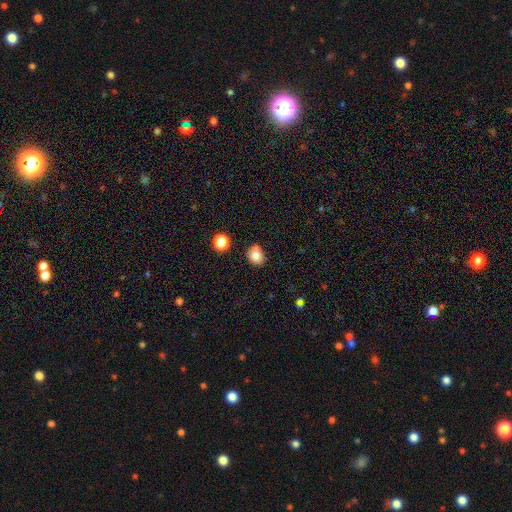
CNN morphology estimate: This appears to be a smooth galaxy with no disk features (83%) that is round (64%). Merging: none (71%).